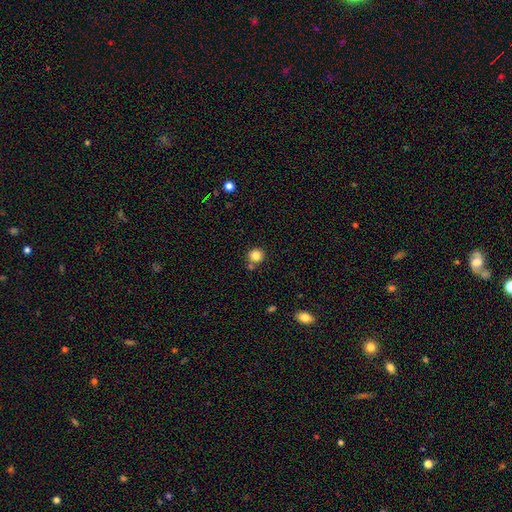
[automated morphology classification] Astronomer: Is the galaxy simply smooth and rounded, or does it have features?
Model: smooth — 84%.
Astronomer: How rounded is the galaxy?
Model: round — 93%.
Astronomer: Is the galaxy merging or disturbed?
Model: none — 76%.